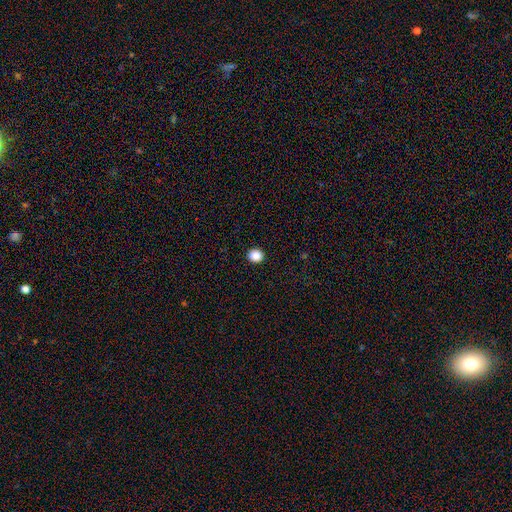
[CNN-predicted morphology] A smooth galaxy with no disk features (87%) that is round (90%). Merging: none (93%).